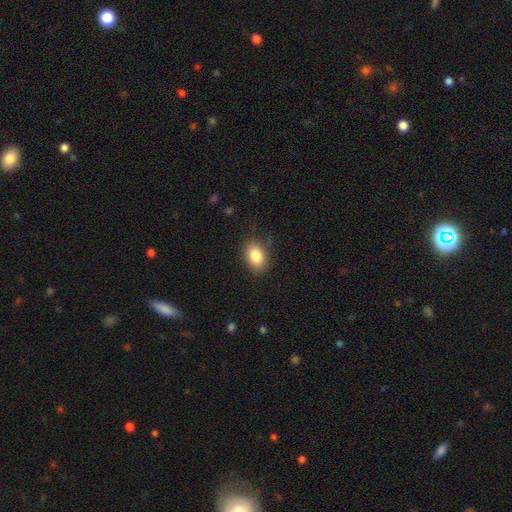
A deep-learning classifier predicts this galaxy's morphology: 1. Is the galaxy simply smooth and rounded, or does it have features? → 84% smooth, 8% star or artifact, 7% featured or disk.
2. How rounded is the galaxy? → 83% in between, 16% round, 1% cigar-shaped.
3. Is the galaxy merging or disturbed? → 80% none, 15% minor disturbance, 4% major disturbance, 1% merger.